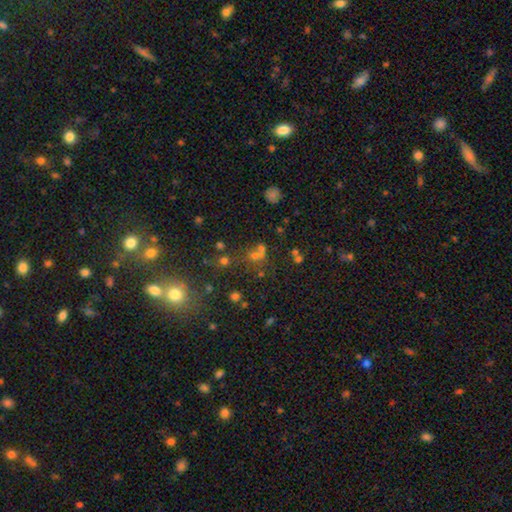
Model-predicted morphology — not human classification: A star or artifact, not a galaxy (46%).